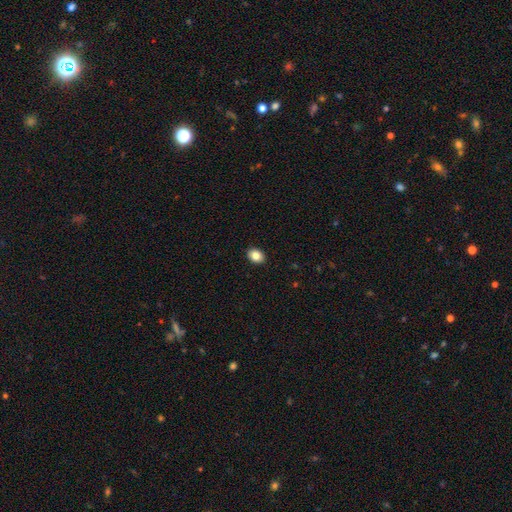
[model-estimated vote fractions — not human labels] A smooth galaxy with no disk features (85%) that is in between round and cigar-shaped (60%).

Vote fractions:
- Smooth or featured? smooth: 85% / star or artifact: 9% / featured or disk: 6%
- How rounded? in between: 60% / round: 39% / cigar-shaped: 1%
- Merging? none: 91% / minor disturbance: 6% / major disturbance: 2% / merger: 1%